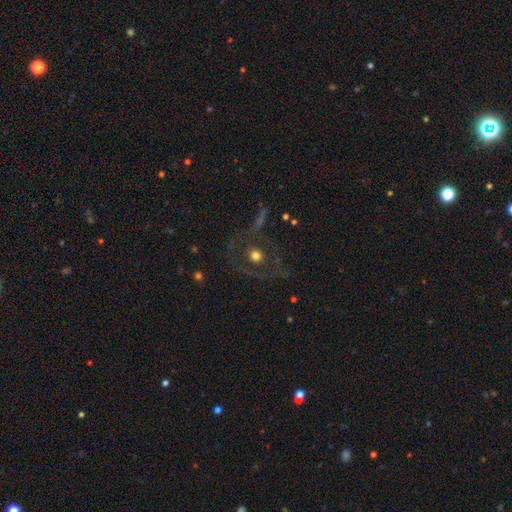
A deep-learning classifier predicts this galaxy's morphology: type=smooth (52%); roundness=round (89%); merging=none (75%).